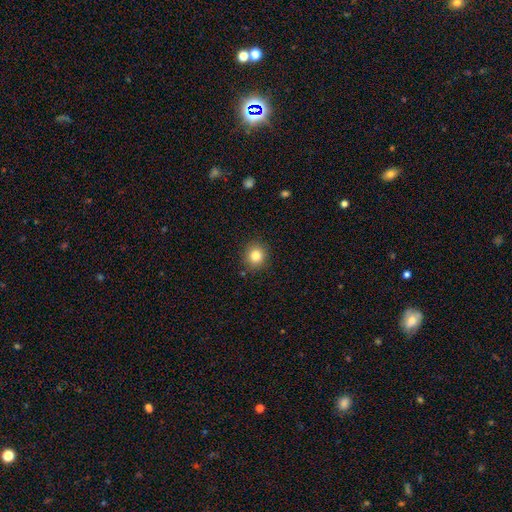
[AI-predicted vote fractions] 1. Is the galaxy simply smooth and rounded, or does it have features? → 83% smooth, 11% star or artifact, 6% featured or disk.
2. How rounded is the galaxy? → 86% round, 13% in between, 1% cigar-shaped.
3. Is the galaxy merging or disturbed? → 89% none, 8% minor disturbance, 2% major disturbance, 1% merger.